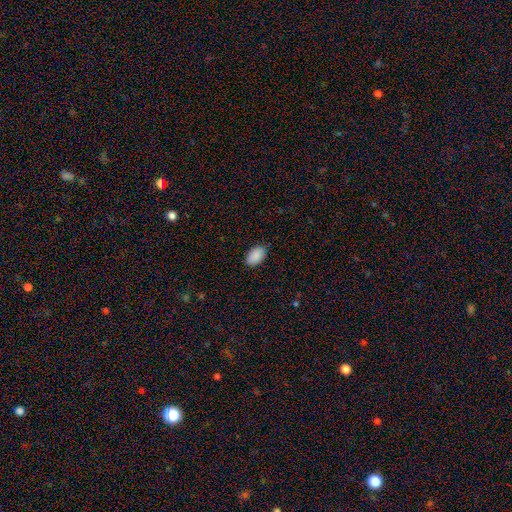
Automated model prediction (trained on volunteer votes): A smooth galaxy with no disk features (90%) that is in between round and cigar-shaped (93%). Merging: none (86%).